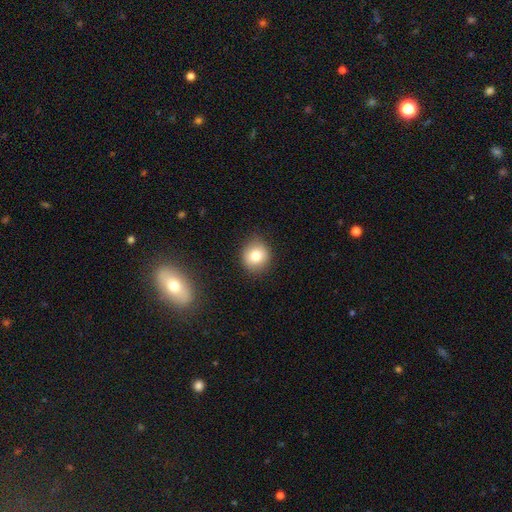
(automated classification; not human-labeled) The model was most divided on "smooth or featured": smooth: 80%, star or artifact: 10%, featured or disk: 10%. More confident: merging — none (87%); how rounded — round (85%).